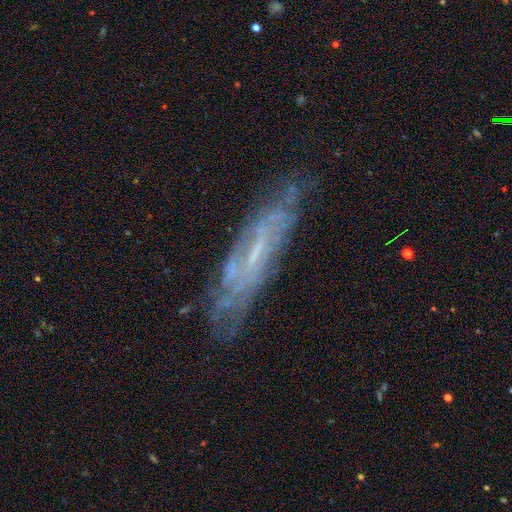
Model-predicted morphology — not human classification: Smooth or featured?
  - featured or disk: 71% *
  - smooth: 20%
  - star or artifact: 9%
Edge-on disk?
  - no: 60% *
  - yes: 40%
Merging?
  - none: 69% *
  - minor disturbance: 20%
  - major disturbance: 7%
  - merger: 3%